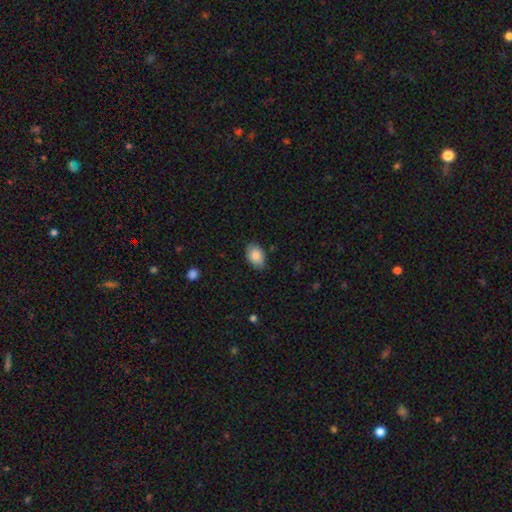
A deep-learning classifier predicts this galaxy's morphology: smooth 87%, star or artifact 7%, featured or disk 6%. Down the decision tree: how rounded — in between (87%); merging — none (78%).